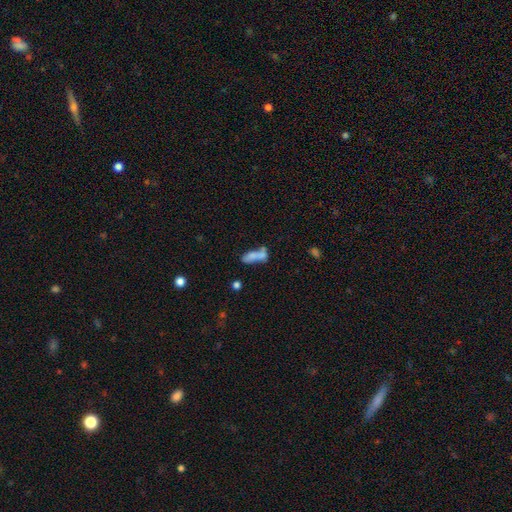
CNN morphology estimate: Smooth or featured: smooth — 65% (featured or disk — 25%)
How rounded: in between — 63% (cigar-shaped — 32%)
Merging: merger — 49% (none — 26%)